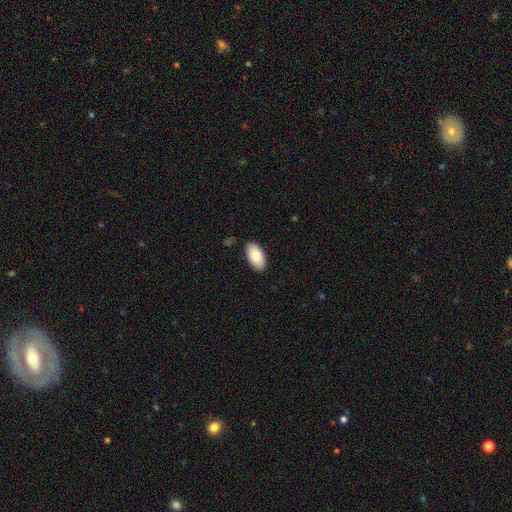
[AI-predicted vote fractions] A smooth galaxy with no disk features (88%) that is in between round and cigar-shaped (96%).

Vote fractions:
- Smooth or featured? smooth: 88% / featured or disk: 6% / star or artifact: 6%
- How rounded? in between: 96% / round: 2% / cigar-shaped: 2%
- Merging? none: 86% / minor disturbance: 10% / major disturbance: 2% / merger: 1%